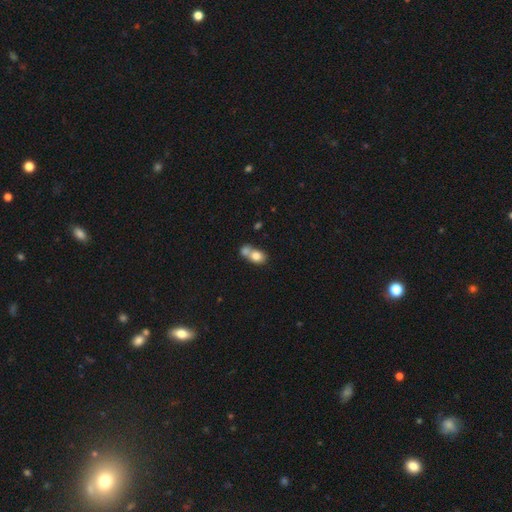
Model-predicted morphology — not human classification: Smooth or featured: smooth — 78% (featured or disk — 14%)
How rounded: in between — 57% (round — 41%)
Merging: merger — 64% (none — 25%)